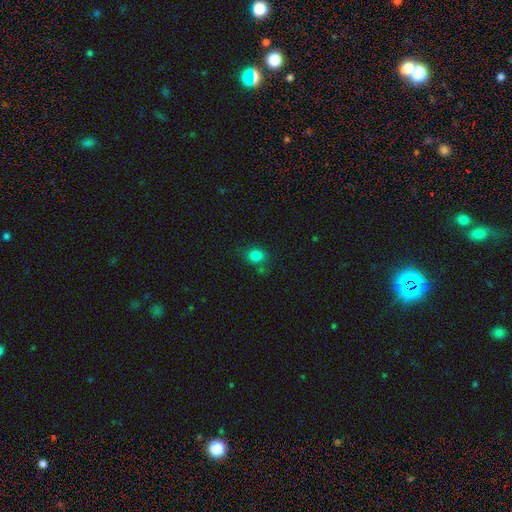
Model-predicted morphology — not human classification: Smooth or featured? Predicted: smooth (p=0.83). How rounded? Predicted: round (p=0.62). Merging? Predicted: none (p=0.75).